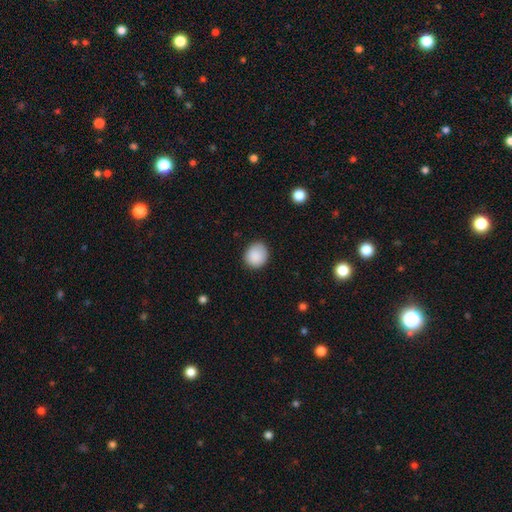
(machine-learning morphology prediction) Smooth or featured? Predicted: smooth (p=0.89). How rounded? Predicted: round (p=0.79). Merging? Predicted: none (p=0.84).